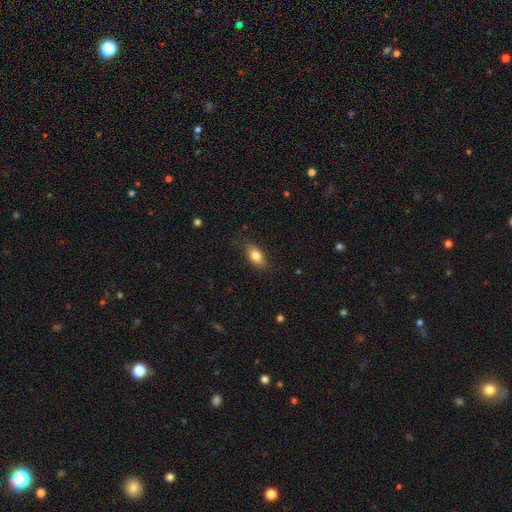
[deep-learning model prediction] Overall: smooth (81%). How rounded: in between (86%). Merging: none (81%).